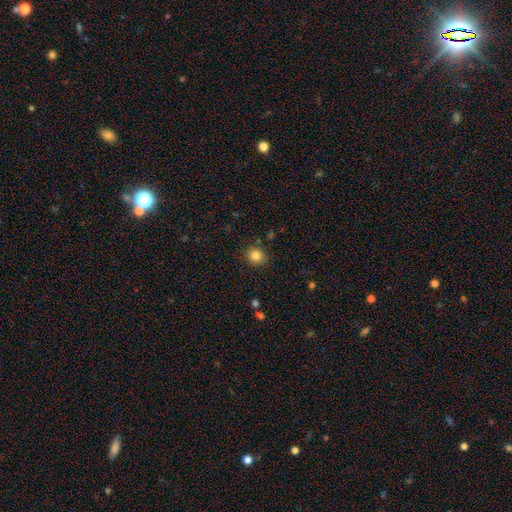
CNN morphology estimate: smooth 83%, star or artifact 11%, featured or disk 6%. Down the decision tree: how rounded — round (82%); merging — none (88%).